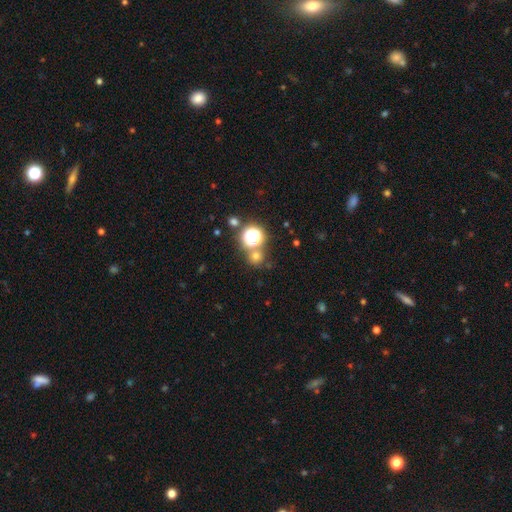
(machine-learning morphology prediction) A smooth galaxy with no disk features (61%) that is round (90%). Merging: none (72%).